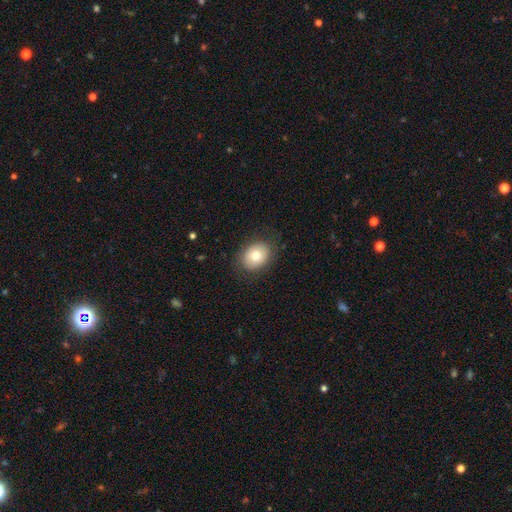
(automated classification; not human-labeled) smooth-or-featured: smooth: 77% | featured or disk: 14% | star or artifact: 9%
  how-rounded: in between: 50% | round: 49% | cigar-shaped: 1%
  merging: none: 85% | minor disturbance: 10% | major disturbance: 3% | merger: 1%